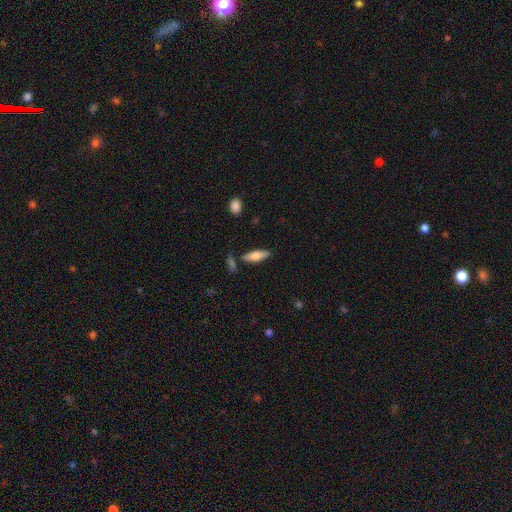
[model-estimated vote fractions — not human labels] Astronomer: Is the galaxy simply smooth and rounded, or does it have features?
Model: smooth — 77%.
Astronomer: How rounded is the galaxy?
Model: in between — 60% (runner-up: cigar-shaped, 38%).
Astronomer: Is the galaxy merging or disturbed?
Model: none — 76%.